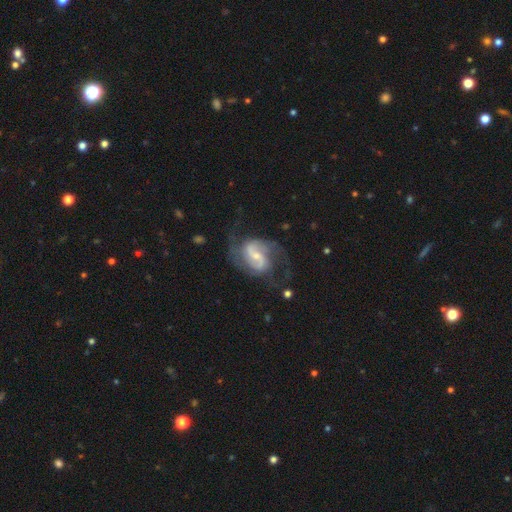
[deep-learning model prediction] The model was most divided on "spiral winding": medium: 51%, loose: 28%, tight: 21%. More confident: edge-on disk — no (97%); spiral arms — yes (96%); smooth or featured — featured or disk (87%); spiral arm count — 2 (83%); merging — none (60%); bulge size — small (59%); bar — weak (52%).